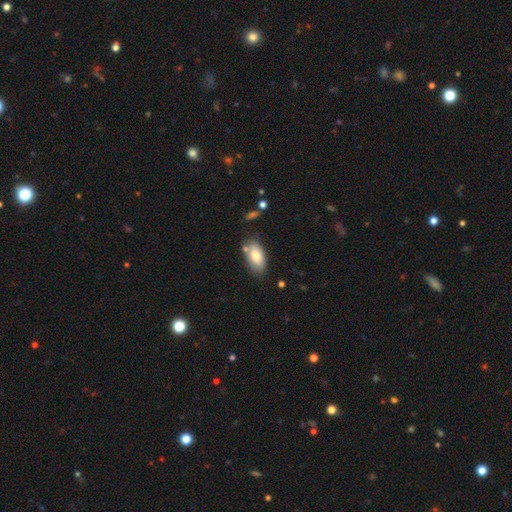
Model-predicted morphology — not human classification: This is likely a smooth galaxy (79%). How rounded: clearly in between (93%). Merging: likely none (72%).